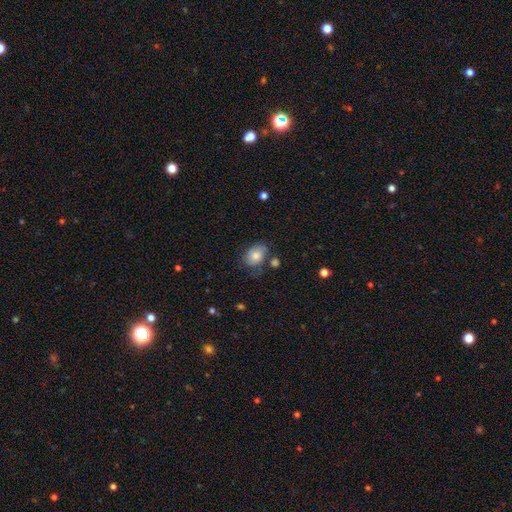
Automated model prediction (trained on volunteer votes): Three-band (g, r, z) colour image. It shows a smooth galaxy with no disk features (76%) that is in between round and cigar-shaped (74%). Merging: none (57%).